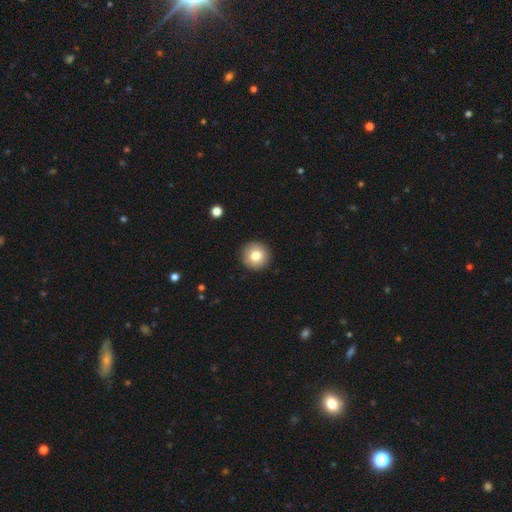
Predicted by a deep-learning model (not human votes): Smooth or featured: smooth — 80% (featured or disk — 11%)
How rounded: round — 95% (in between — 4%)
Merging: none — 92% (minor disturbance — 5%)